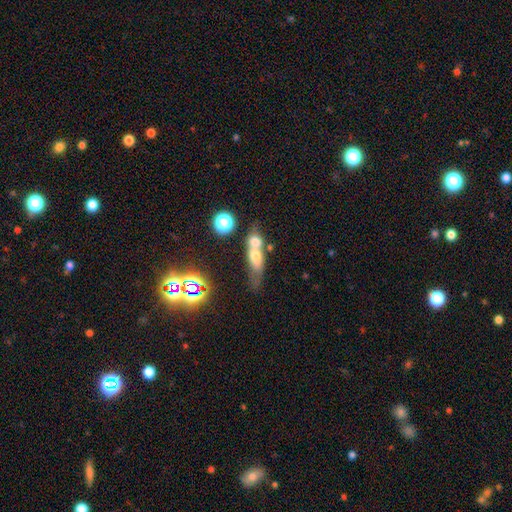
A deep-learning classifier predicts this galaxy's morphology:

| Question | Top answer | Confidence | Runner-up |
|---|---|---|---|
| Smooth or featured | smooth | 55% | featured or disk (30%) |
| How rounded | in between | 49% | cigar-shaped (31%) |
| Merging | merger | 63% | none (21%) |